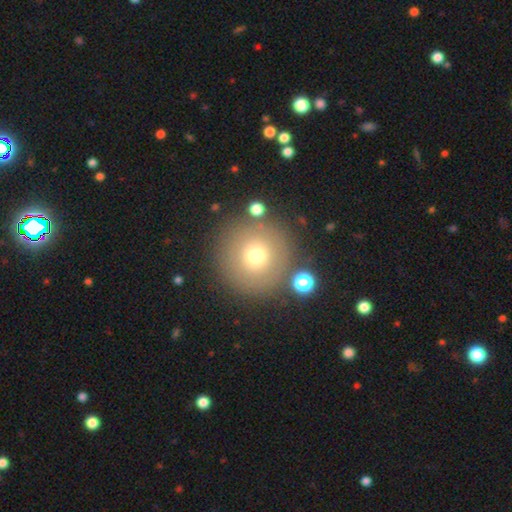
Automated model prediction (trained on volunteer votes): Smooth or featured: smooth — 69% (featured or disk — 18%)
How rounded: round — 96% (in between — 3%)
Merging: none — 84% (minor disturbance — 8%)